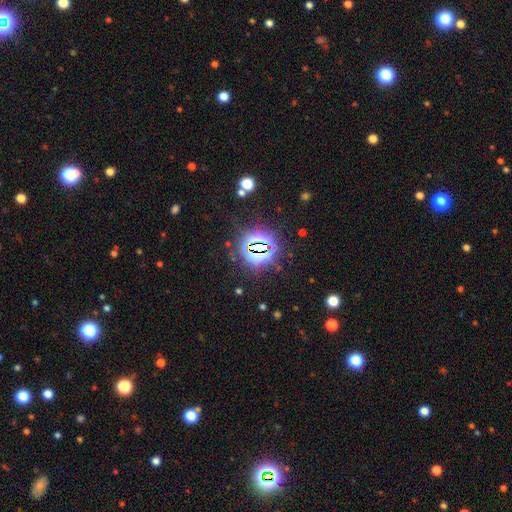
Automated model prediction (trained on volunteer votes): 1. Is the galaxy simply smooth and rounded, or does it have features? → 82% star or artifact, 10% smooth, 8% featured or disk.